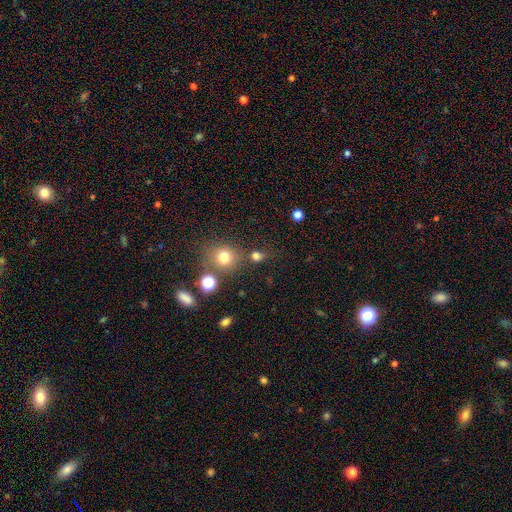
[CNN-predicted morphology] smooth-or-featured: smooth: 73% | star or artifact: 19% | featured or disk: 8%
  how-rounded: round: 71% | in between: 27% | cigar-shaped: 2%
  merging: none: 66% | merger: 14% | minor disturbance: 13% | major disturbance: 7%